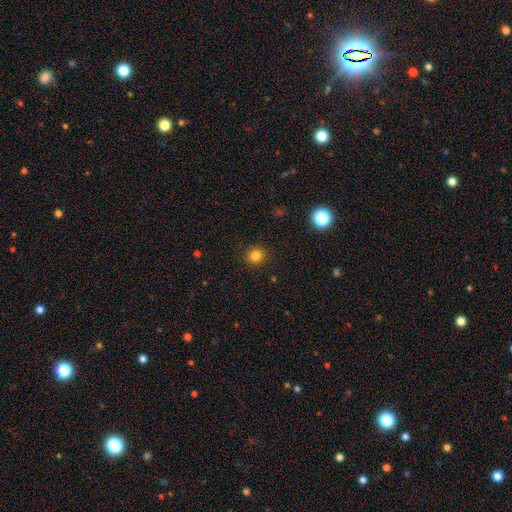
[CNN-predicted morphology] A smooth galaxy with no disk features (82%) that is round (88%).

Vote fractions:
- Smooth or featured? smooth: 82% / star or artifact: 13% / featured or disk: 5%
- How rounded? round: 88% / in between: 11% / cigar-shaped: 1%
- Merging? none: 91% / minor disturbance: 6% / major disturbance: 2% / merger: 1%